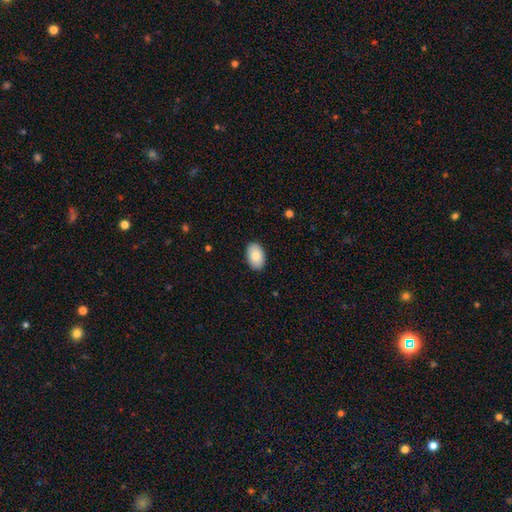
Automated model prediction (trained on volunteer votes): A smooth galaxy with no disk features (85%) that is in between round and cigar-shaped (93%).

Vote fractions:
- Smooth or featured? smooth: 85% / featured or disk: 8% / star or artifact: 6%
- How rounded? in between: 93% / round: 6% / cigar-shaped: 1%
- Merging? none: 89% / minor disturbance: 8% / major disturbance: 2% / merger: 1%